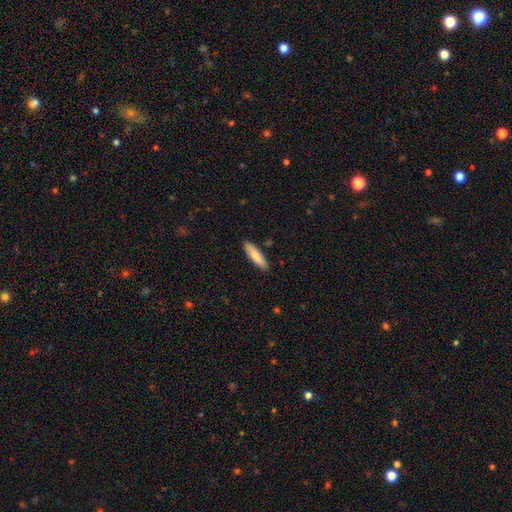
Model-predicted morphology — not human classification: The model was most divided on "how rounded": cigar-shaped: 64%, in between: 34%, round: 1%. More confident: merging — none (89%); smooth or featured — smooth (82%).